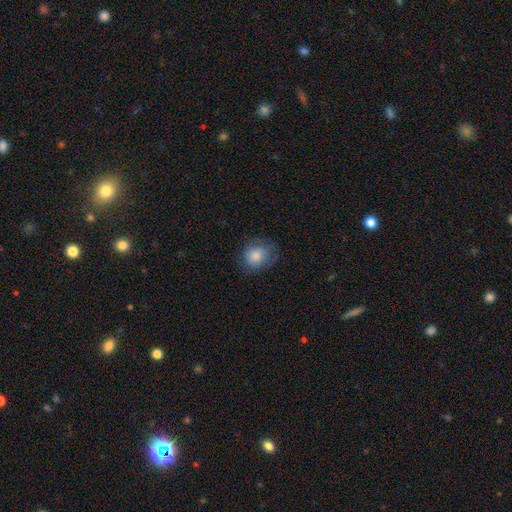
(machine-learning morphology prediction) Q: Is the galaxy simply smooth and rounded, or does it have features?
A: smooth — 76%.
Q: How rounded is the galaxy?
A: round — 70%.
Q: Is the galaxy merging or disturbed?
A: none — 69%.